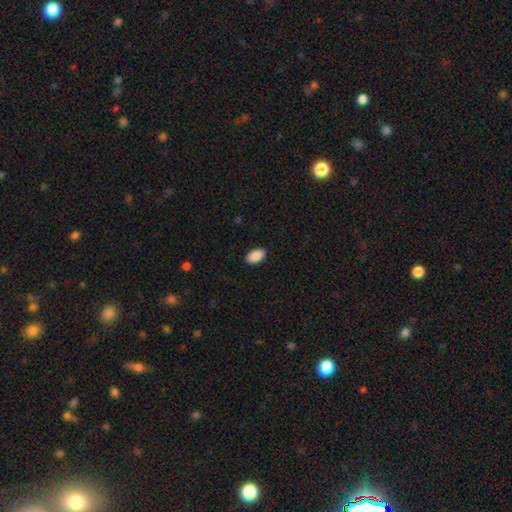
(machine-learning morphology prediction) smooth 90%, star or artifact 7%, featured or disk 3%. Down the decision tree: how rounded — in between (95%); merging — none (89%).